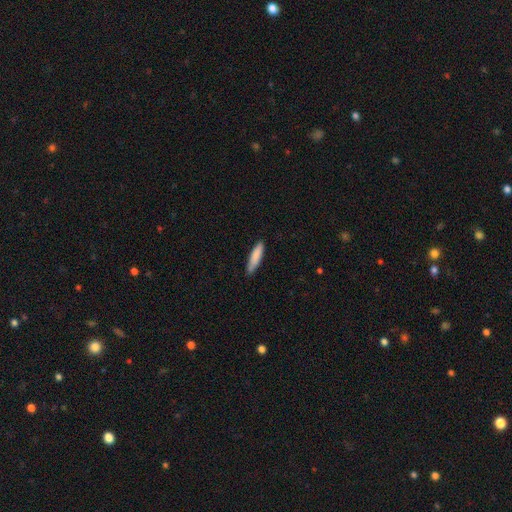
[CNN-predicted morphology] Smooth or featured: smooth — 85% (featured or disk — 10%)
How rounded: cigar-shaped — 80% (in between — 19%)
Merging: none — 82% (minor disturbance — 15%)